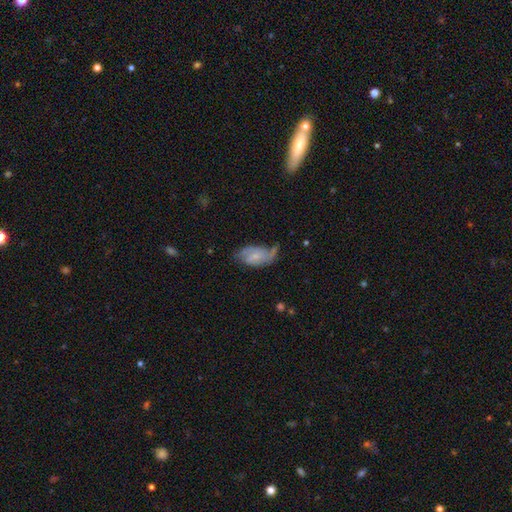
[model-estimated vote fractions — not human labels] Morphology: type=featured or disk (61%); edge-on=no (96%); bar=no (59%); spiral arms=yes (86%); winding=medium (41%); arm count=2 (65%); bulge=small (62%); merging=none (43%).